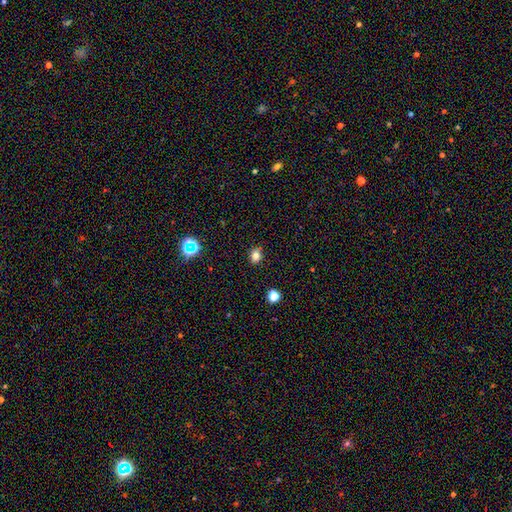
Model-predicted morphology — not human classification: Smooth or featured: smooth — 78% (star or artifact — 15%)
How rounded: round — 57% (in between — 42%)
Merging: none — 86% (minor disturbance — 11%)